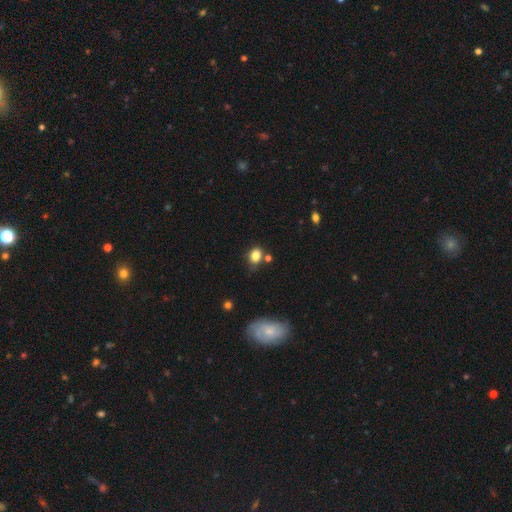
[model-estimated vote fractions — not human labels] Smooth or featured?
  - smooth: 82% *
  - star or artifact: 11%
  - featured or disk: 7%
How rounded?
  - in between: 49% * (tied)
  - round: 49% * (tied)
  - cigar-shaped: 1%
Merging?
  - none: 62% *
  - minor disturbance: 22%
  - merger: 10%
  - major disturbance: 6%